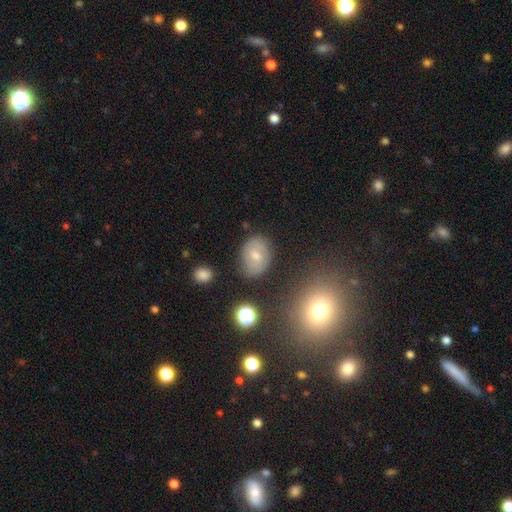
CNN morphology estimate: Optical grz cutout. It shows a smooth galaxy with no disk features (52%) that is in between round and cigar-shaped (67%). Merging: none (76%).